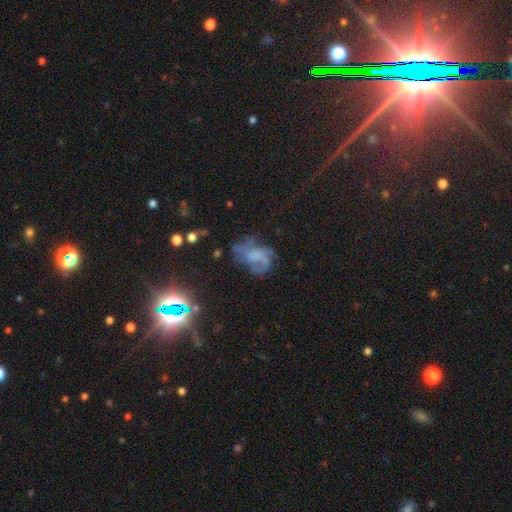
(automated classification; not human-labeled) Overall: featured or disk (53%; smooth 29%). Edge-on disk: no (97%). Bar: no (74%). Spiral arms: yes (57%; no 43%). Bulge size: none (61%). Merging: none (38%; major disturbance 34%).